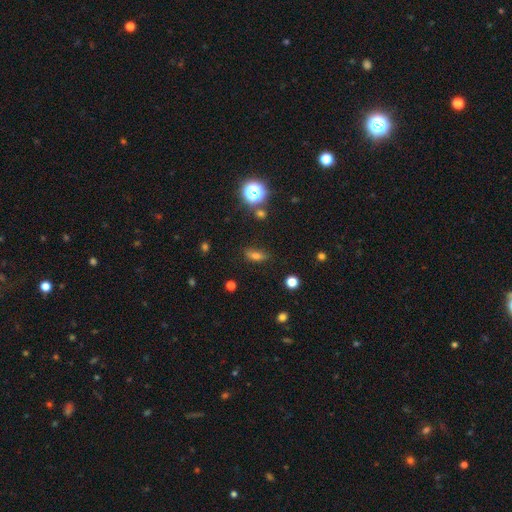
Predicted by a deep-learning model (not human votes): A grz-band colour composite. It shows a smooth galaxy with no disk features (69%) that is in between round and cigar-shaped (67%). Merging: none (78%).